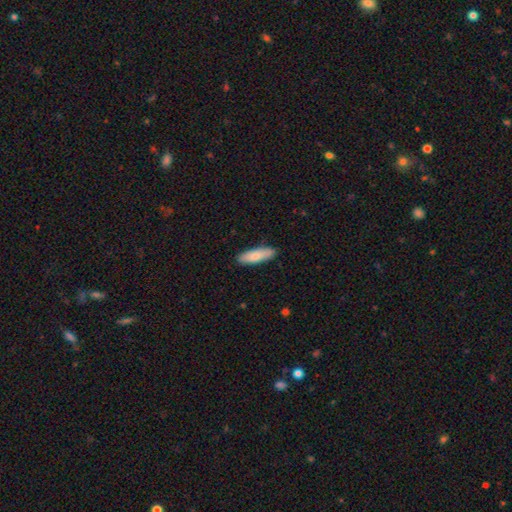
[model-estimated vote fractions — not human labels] Overall: smooth (81%). How rounded: cigar-shaped (52%; in between 47%). Merging: none (89%).